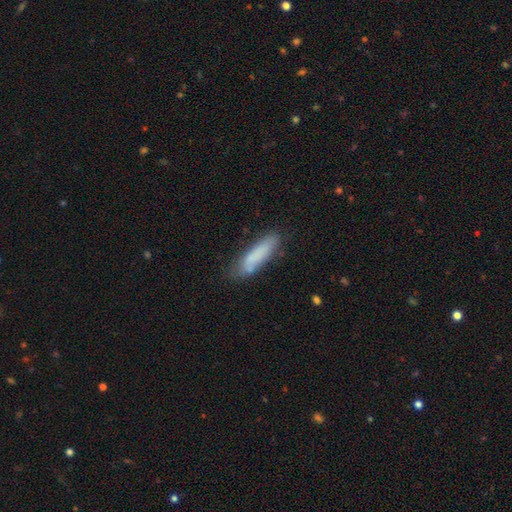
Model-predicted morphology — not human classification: Overall: smooth (76%). How rounded: cigar-shaped (75%). Merging: none (73%).